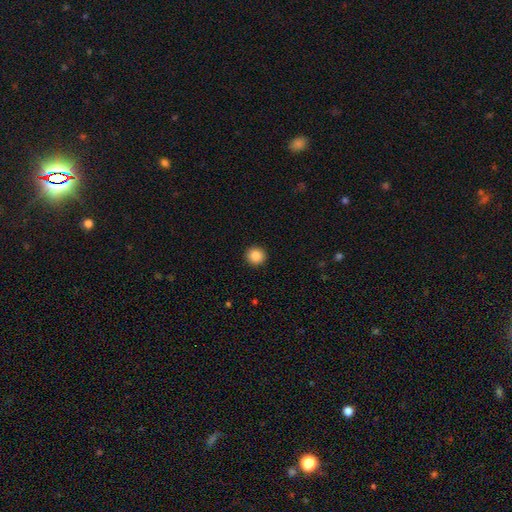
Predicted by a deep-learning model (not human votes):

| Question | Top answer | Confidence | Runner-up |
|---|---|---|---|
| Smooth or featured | smooth | 86% | star or artifact (10%) |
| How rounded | round | 94% | in between (5%) |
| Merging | none | 93% | minor disturbance (4%) |